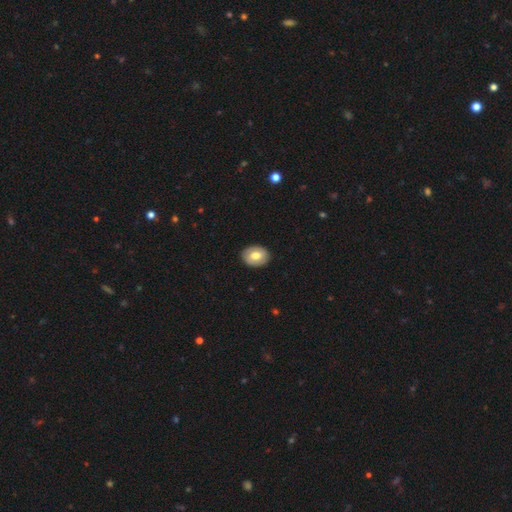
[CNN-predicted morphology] This appears to be a smooth galaxy with no disk features (66%) that is in between round and cigar-shaped (64%). Merging: none (88%).